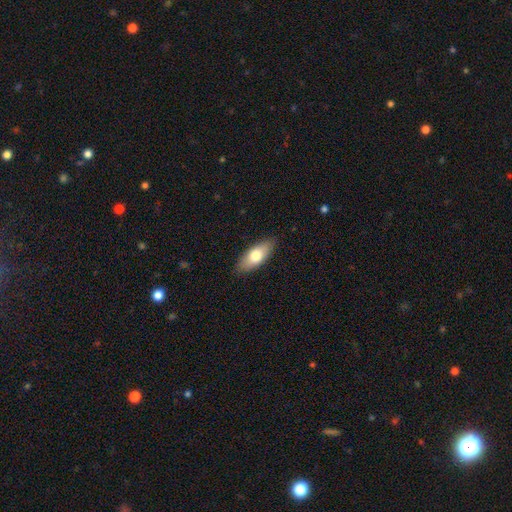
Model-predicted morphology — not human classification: Overall: smooth (73%). How rounded: in between (81%). Merging: none (87%).